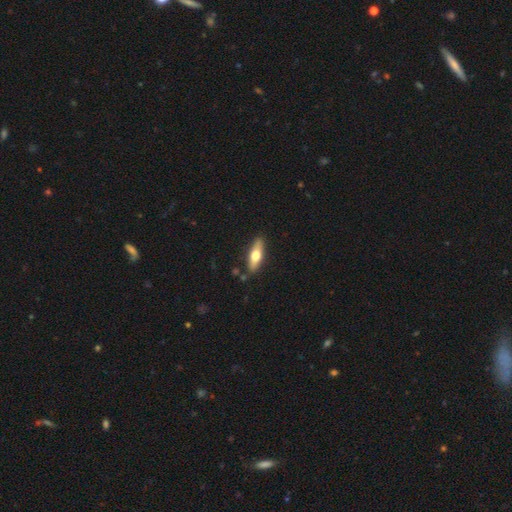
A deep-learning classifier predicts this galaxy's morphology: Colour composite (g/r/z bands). It shows a smooth galaxy with no disk features (53%) that is cigar-shaped (51%). Merging: none (85%).